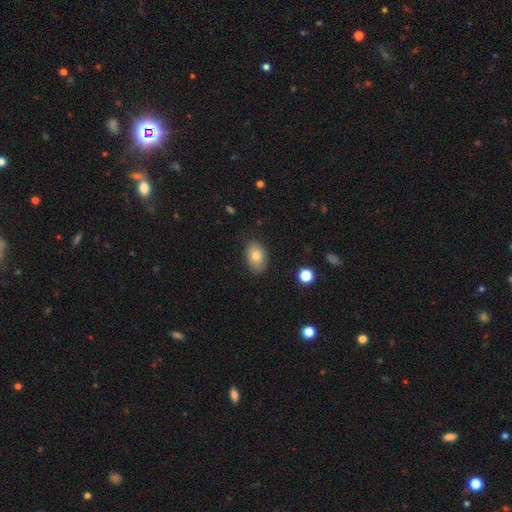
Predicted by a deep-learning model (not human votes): Smooth or featured?
  - smooth: 77% *
  - featured or disk: 14%
  - star or artifact: 8%
How rounded?
  - in between: 85% *
  - round: 14%
  - cigar-shaped: 1%
Merging?
  - none: 79% *
  - minor disturbance: 16%
  - major disturbance: 3%
  - merger: 1%